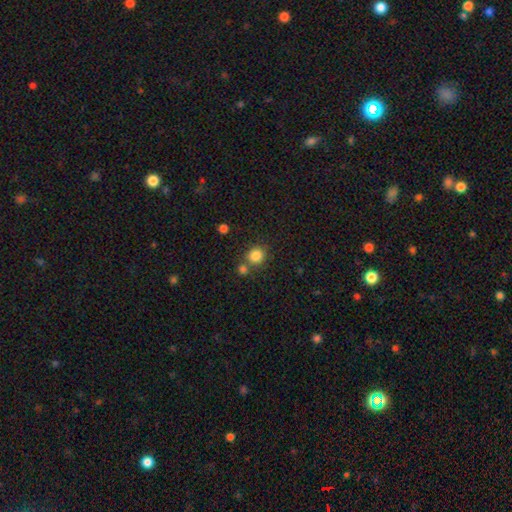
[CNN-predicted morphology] smooth 83%, star or artifact 11%, featured or disk 6%. Down the decision tree: how rounded — round (86%); merging — none (66%).